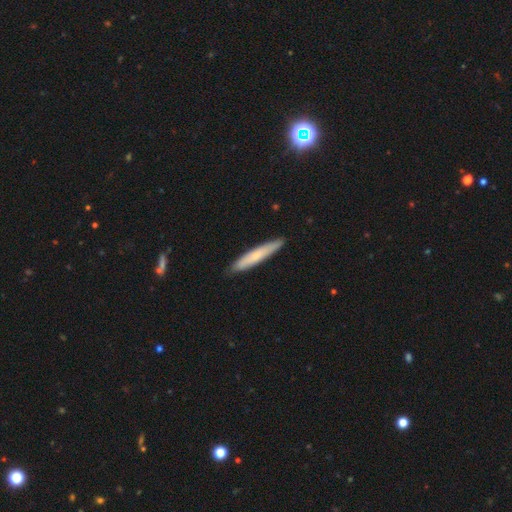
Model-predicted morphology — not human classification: A smooth galaxy with no disk features (65%) that is cigar-shaped (93%).

Vote fractions:
- Smooth or featured? smooth: 65% / featured or disk: 29% / star or artifact: 5%
- How rounded? cigar-shaped: 93% / in between: 5% / round: 1%
- Merging? none: 88% / minor disturbance: 9% / major disturbance: 1% / merger: 1%